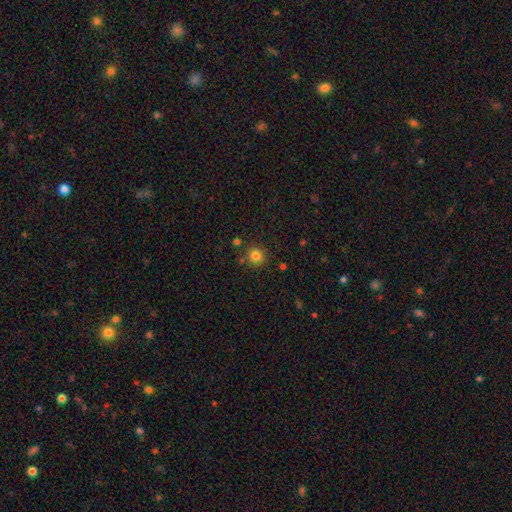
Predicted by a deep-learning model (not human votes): This appears to be a smooth galaxy with no disk features (81%) that is round (91%). Merging: none (83%).